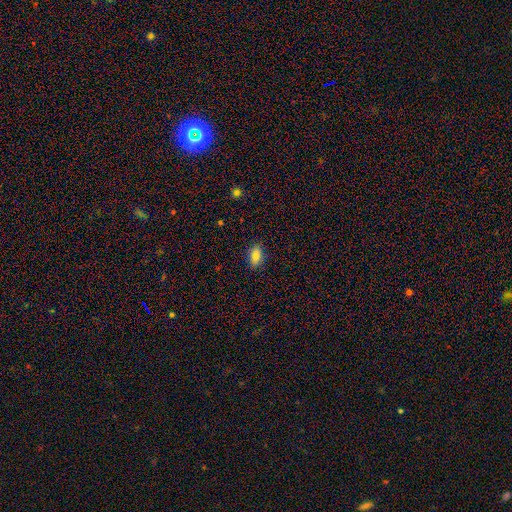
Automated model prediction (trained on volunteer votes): This is clearly a smooth galaxy (84%). How rounded: clearly in between (89%). Merging: clearly none (88%).